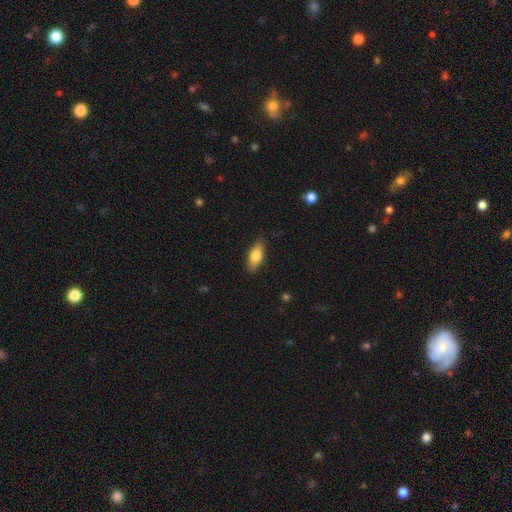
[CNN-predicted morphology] The model was most divided on "smooth or featured": smooth: 75%, featured or disk: 19%, star or artifact: 7%. More confident: merging — none (85%); how rounded — in between (80%).